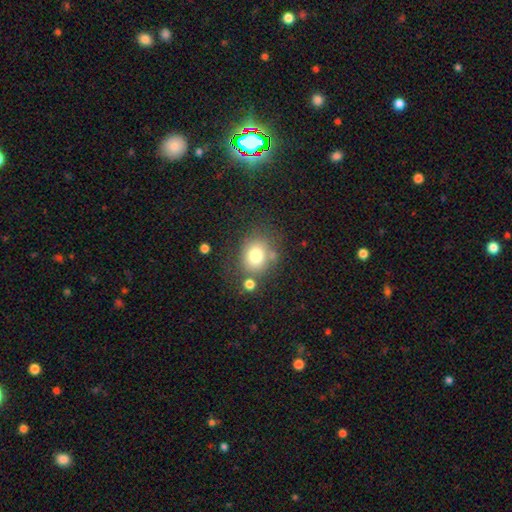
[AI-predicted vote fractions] A smooth galaxy with no disk features (76%) that is round (67%). Merging: none (65%).